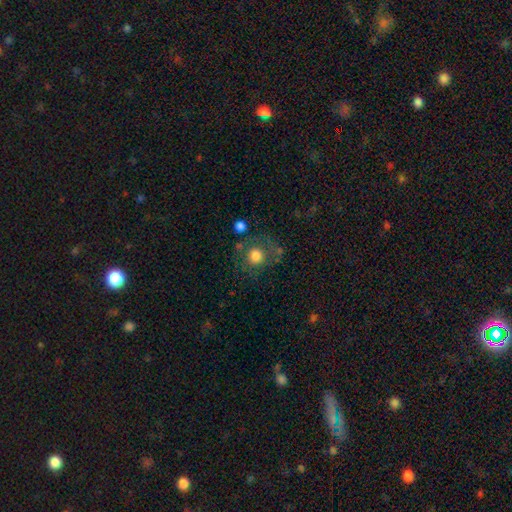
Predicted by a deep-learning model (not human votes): Overall: smooth (74%). How rounded: round (91%). Merging: none (68%).